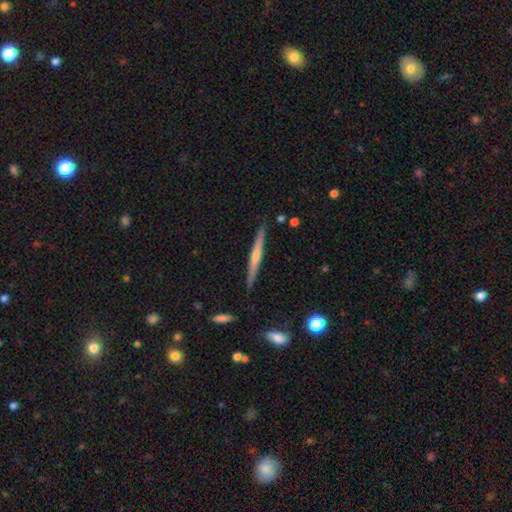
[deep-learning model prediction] Smooth or featured?
  - featured or disk: 60% *
  - smooth: 34%
  - star or artifact: 6%
Edge-on disk?
  - yes: 98% *
  - no: 2%
Edge-on bulge?
  - rounded: 54% *
  - none: 38%
  - boxy: 8%
Merging?
  - none: 89% *
  - minor disturbance: 8%
  - merger: 2%
  - major disturbance: 1%